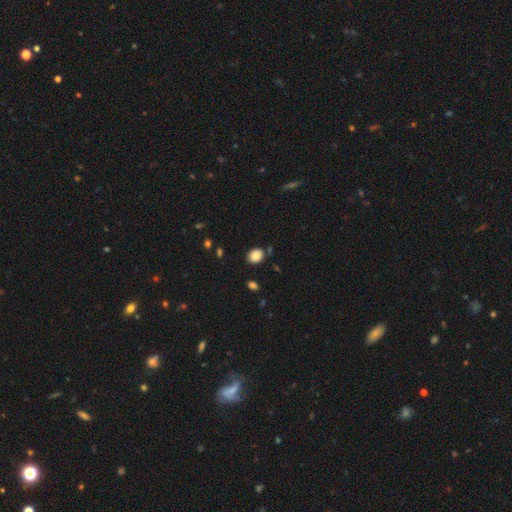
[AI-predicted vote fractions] Smooth or featured? Predicted: smooth (p=0.85). How rounded? Predicted: round (p=0.54). Merging? Predicted: none (p=0.82).